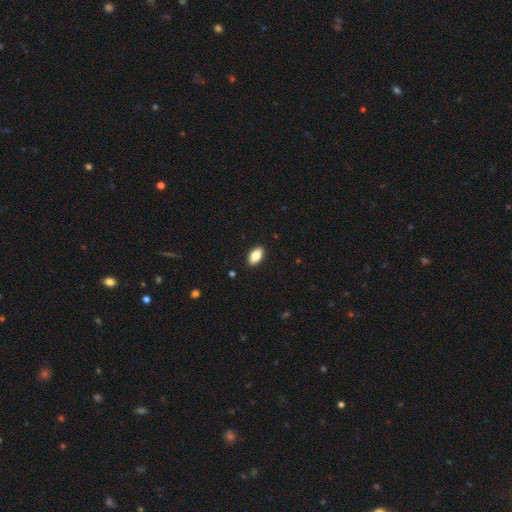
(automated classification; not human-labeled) This appears to be a smooth galaxy with no disk features (82%) that is in between round and cigar-shaped (92%). Merging: none (90%).